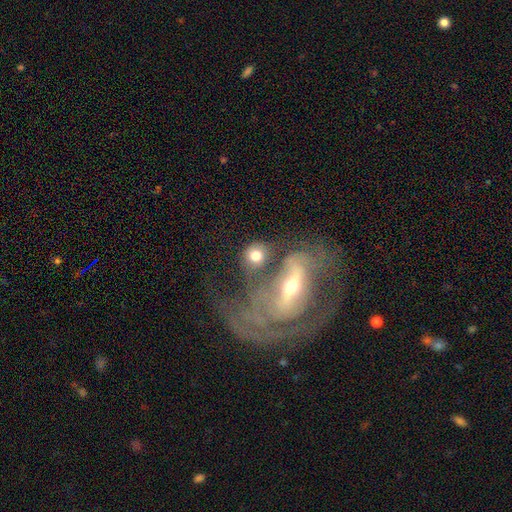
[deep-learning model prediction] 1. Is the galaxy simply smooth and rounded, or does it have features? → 65% smooth, 26% featured or disk, 9% star or artifact.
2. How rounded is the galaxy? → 73% round, 24% in between, 3% cigar-shaped.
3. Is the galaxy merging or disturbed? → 48% none, 30% merger, 12% minor disturbance, 9% major disturbance.